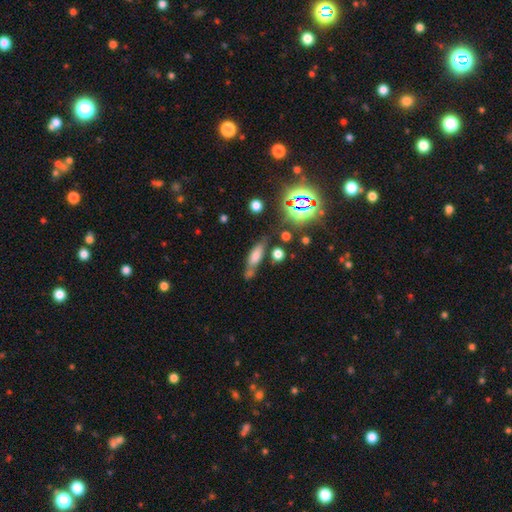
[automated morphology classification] This is likely a smooth galaxy (64%). How rounded: possibly cigar-shaped (49%). Merging: possibly none (55%).